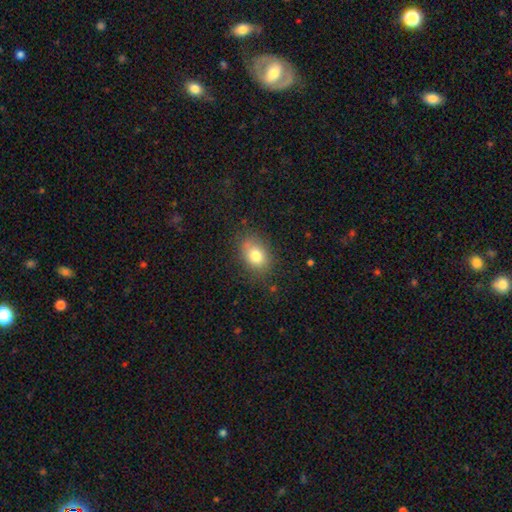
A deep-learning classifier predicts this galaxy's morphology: smooth-or-featured: smooth: 79% | featured or disk: 12% | star or artifact: 10%
  how-rounded: in between: 74% | round: 24% | cigar-shaped: 1%
  merging: none: 77% | minor disturbance: 16% | major disturbance: 5% | merger: 2%